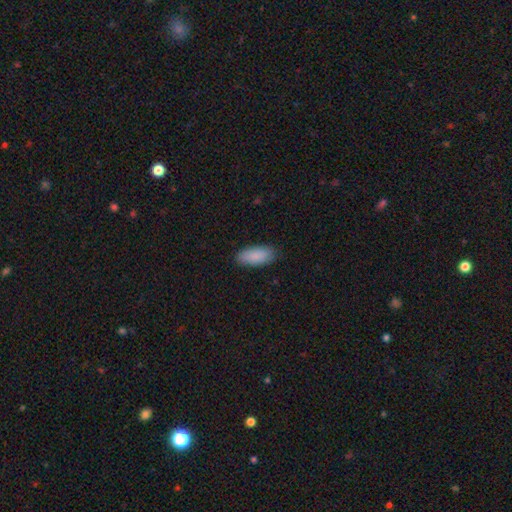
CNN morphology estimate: smooth_or_featured: smooth (p=0.90) [alt: star or artifact p=0.06]
how_rounded: in between (p=0.88) [alt: cigar-shaped p=0.10]
merging: none (p=0.86) [alt: minor disturbance p=0.11]